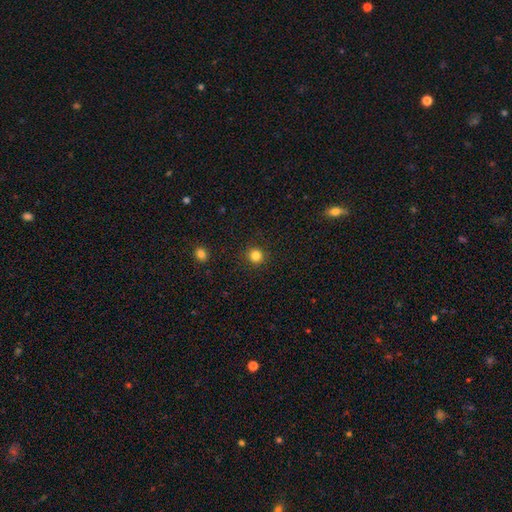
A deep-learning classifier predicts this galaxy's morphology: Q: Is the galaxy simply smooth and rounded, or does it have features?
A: smooth — 83%.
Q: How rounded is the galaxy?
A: round — 94%.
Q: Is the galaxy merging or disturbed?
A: none — 92%.